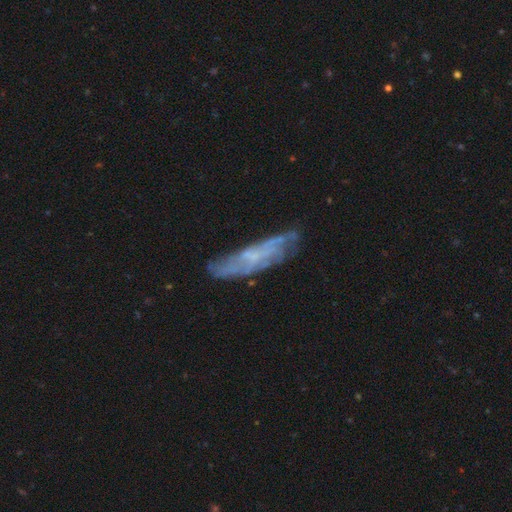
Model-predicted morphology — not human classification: Smooth or featured?
  - featured or disk: 64% *
  - smooth: 28%
  - star or artifact: 9%
Edge-on disk?
  - no: 63% *
  - yes: 37%
Merging?
  - none: 66% *
  - minor disturbance: 22%
  - major disturbance: 8%
  - merger: 3%